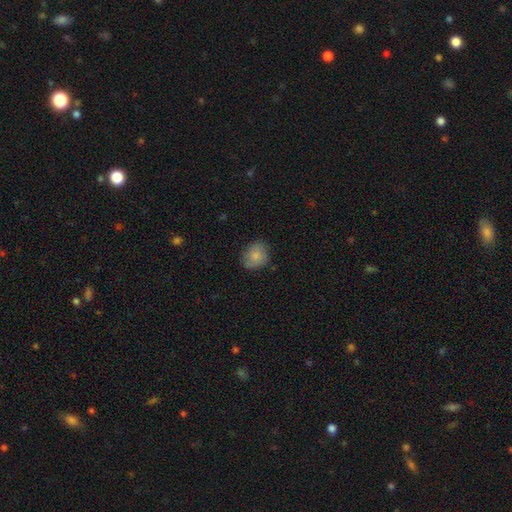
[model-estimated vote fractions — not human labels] A smooth galaxy with no disk features (80%) that is round (62%). Merging: none (73%).